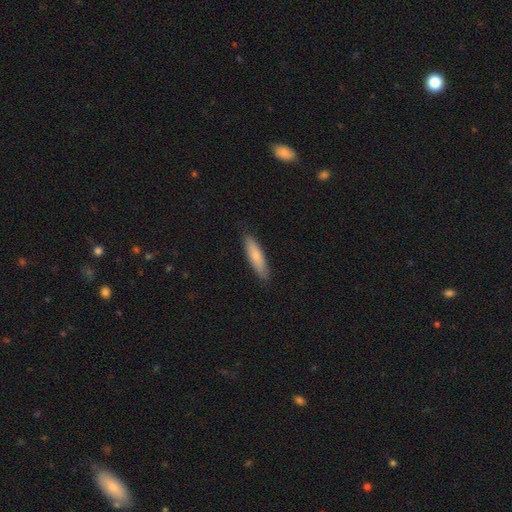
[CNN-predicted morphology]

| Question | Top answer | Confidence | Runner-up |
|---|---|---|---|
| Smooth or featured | smooth | 79% | featured or disk (16%) |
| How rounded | cigar-shaped | 73% | in between (26%) |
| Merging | none | 87% | minor disturbance (10%) |